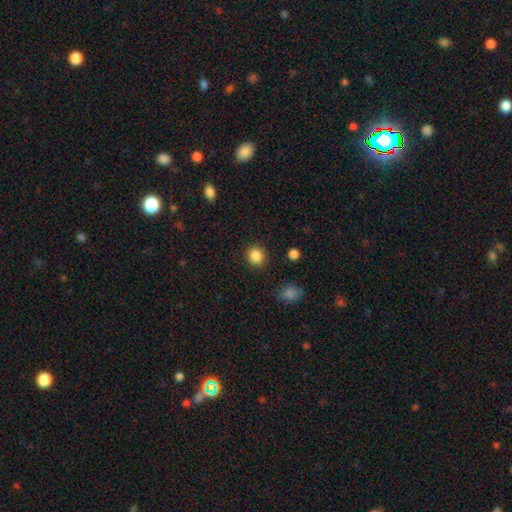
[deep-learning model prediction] A smooth galaxy with no disk features (87%) that is round (90%).

Vote fractions:
- Smooth or featured? smooth: 87% / star or artifact: 10% / featured or disk: 4%
- How rounded? round: 90% / in between: 9% / cigar-shaped: 1%
- Merging? none: 90% / minor disturbance: 6% / major disturbance: 2% / merger: 2%